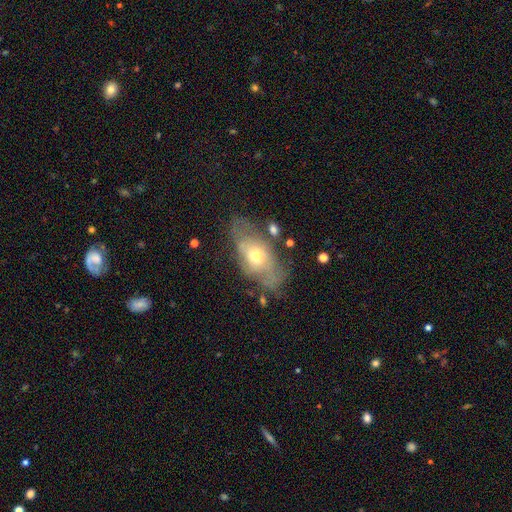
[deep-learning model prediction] Morphology: type=featured or disk (48%); merging=none (43%).